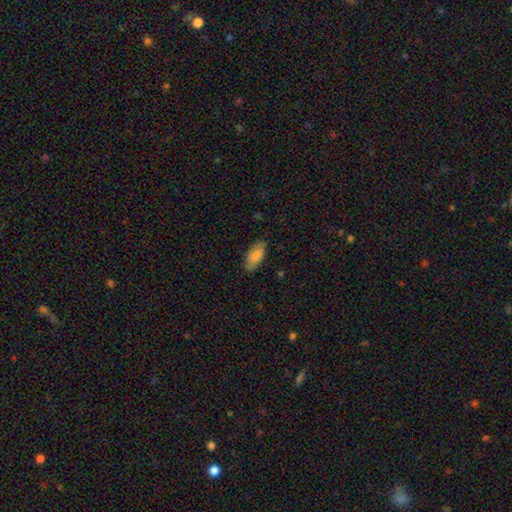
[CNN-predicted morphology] Q: Smooth or featured?
A: smooth (78%); runner-up: featured or disk (16%)
Q: How rounded?
A: in between (87%); runner-up: cigar-shaped (11%)
Q: Merging?
A: none (79%); runner-up: minor disturbance (16%)